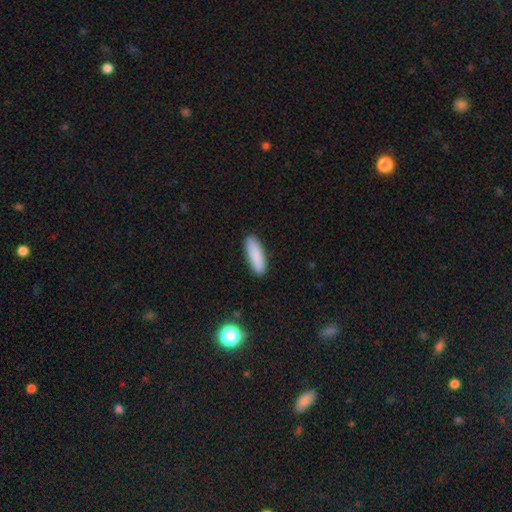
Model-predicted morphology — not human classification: smooth_or_featured: smooth (p=0.87) [alt: featured or disk p=0.07]
how_rounded: cigar-shaped (p=0.58) [alt: in between p=0.40]
merging: none (p=0.88) [alt: minor disturbance p=0.09]